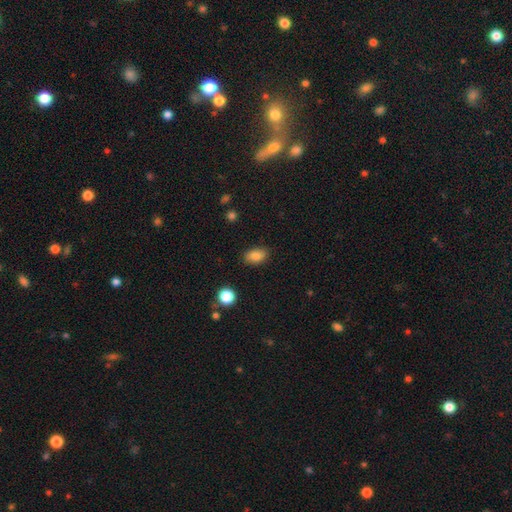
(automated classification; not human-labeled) smooth-or-featured: smooth: 84% | star or artifact: 9% | featured or disk: 7%
  how-rounded: in between: 85% | round: 13% | cigar-shaped: 2%
  merging: none: 85% | minor disturbance: 11% | major disturbance: 3% | merger: 1%